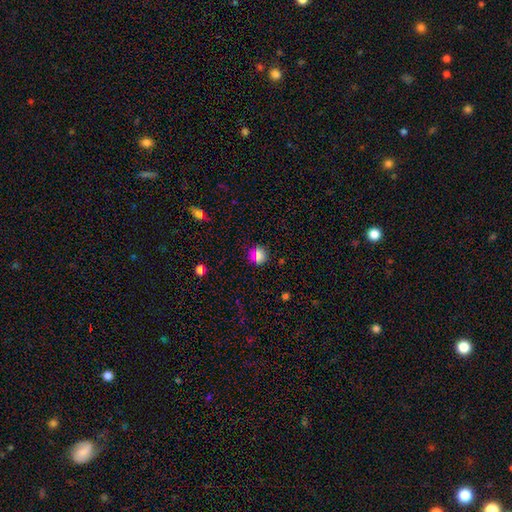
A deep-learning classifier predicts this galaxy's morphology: Q: Smooth or featured?
A: smooth (73%); runner-up: star or artifact (18%)
Q: How rounded?
A: round (88%); runner-up: in between (10%)
Q: Merging?
A: none (88%); runner-up: minor disturbance (8%)